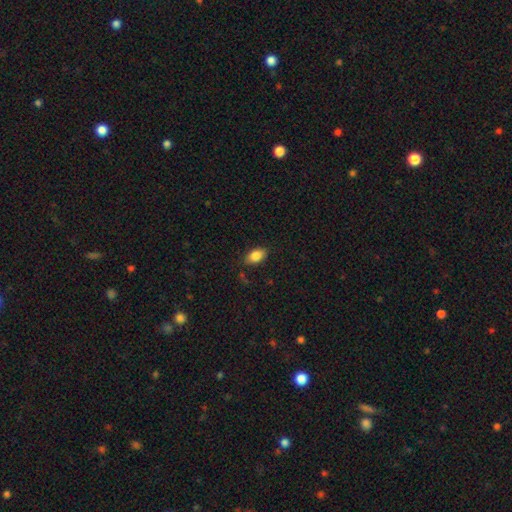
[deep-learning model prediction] This appears to be a smooth galaxy with no disk features (85%) that is in between round and cigar-shaped (88%). Merging: none (80%).